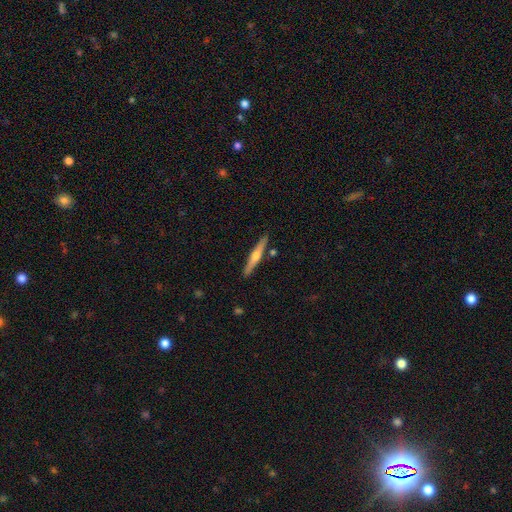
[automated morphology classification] smooth_or_featured: featured or disk (p=0.60) [alt: smooth p=0.35]
disk_edge_on: yes (p=0.97) [alt: no p=0.03]
edge_on_bulge: rounded (p=0.88) [alt: none p=0.08]
merging: none (p=0.87) [alt: minor disturbance p=0.08]